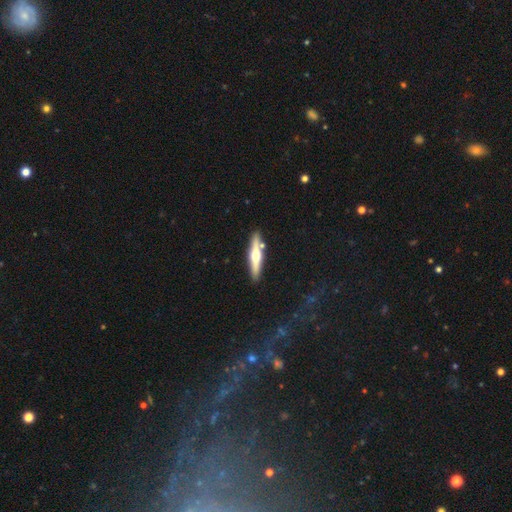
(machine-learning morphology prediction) featured or disk 63%, smooth 32%, star or artifact 5%. Down the decision tree: edge-on disk — yes (96%); edge-on bulge — rounded (94%); merging — none (85%).